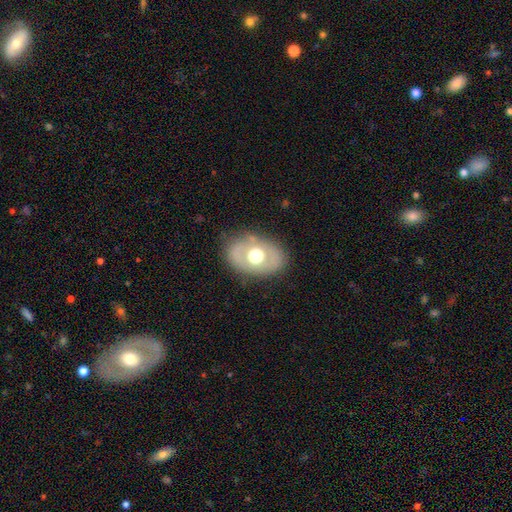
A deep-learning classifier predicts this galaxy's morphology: Smooth or featured? featured or disk (47%)
Merging? none (78%)